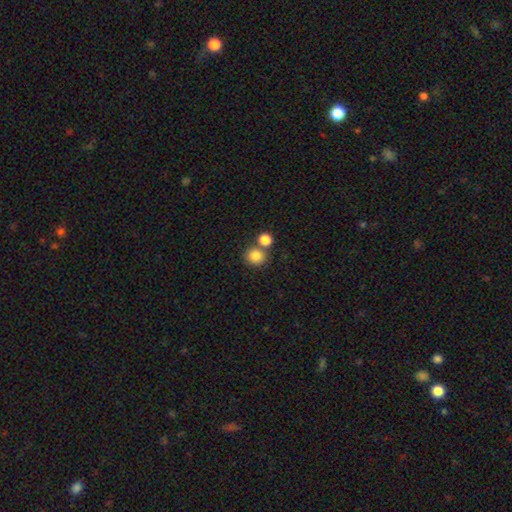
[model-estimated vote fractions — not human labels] Smooth or featured? Predicted: smooth (p=0.83). How rounded? Predicted: round (p=0.85). Merging? Predicted: none (p=0.64).